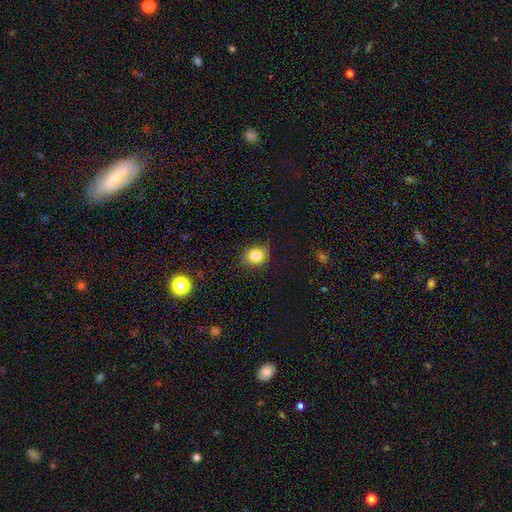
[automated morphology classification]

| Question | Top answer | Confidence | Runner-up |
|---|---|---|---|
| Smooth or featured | smooth | 83% | star or artifact (10%) |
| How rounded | round | 51% | in between (48%) |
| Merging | none | 82% | minor disturbance (14%) |